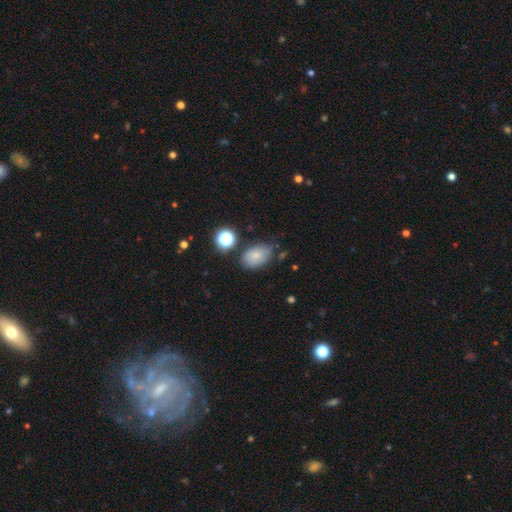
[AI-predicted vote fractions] Morphology: type=smooth (78%); roundness=in between (83%); merging=none (68%).